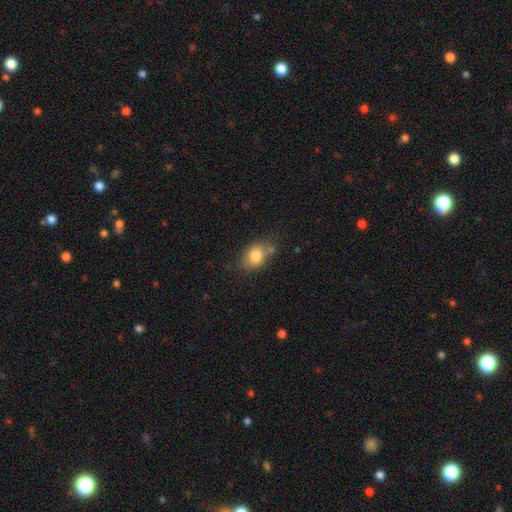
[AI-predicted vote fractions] The model was most divided on "how rounded": in between: 68%, round: 31%, cigar-shaped: 1%. More confident: smooth or featured — smooth (81%); merging — none (62%).